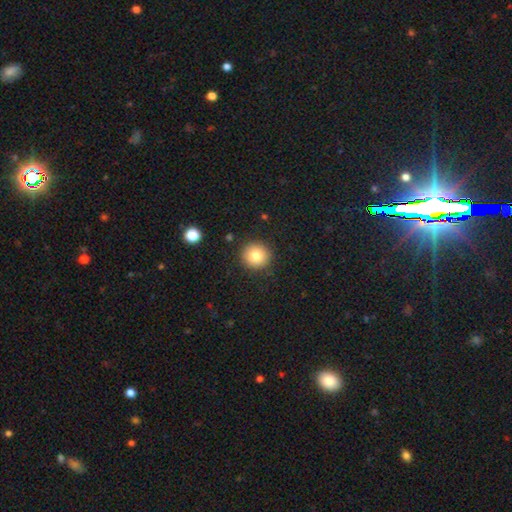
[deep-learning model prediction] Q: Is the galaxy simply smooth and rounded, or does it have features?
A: smooth — 80%.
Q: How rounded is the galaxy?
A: round — 95%.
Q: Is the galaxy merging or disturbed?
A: none — 91%.